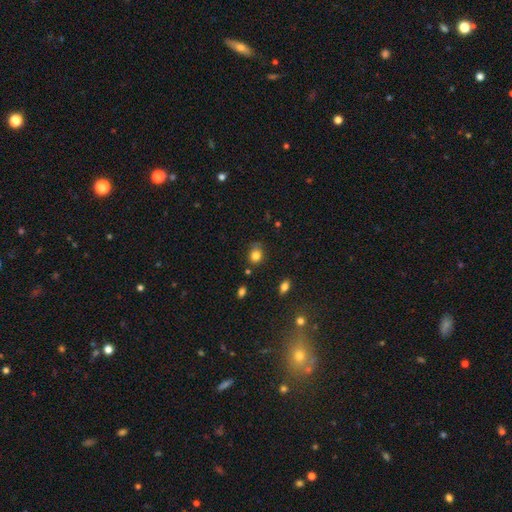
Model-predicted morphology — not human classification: A smooth galaxy with no disk features (82%) that is round (60%).

Vote fractions:
- Smooth or featured? smooth: 82% / star or artifact: 12% / featured or disk: 6%
- How rounded? round: 60% / in between: 39% / cigar-shaped: 1%
- Merging? none: 67% / minor disturbance: 24% / major disturbance: 5% / merger: 4%